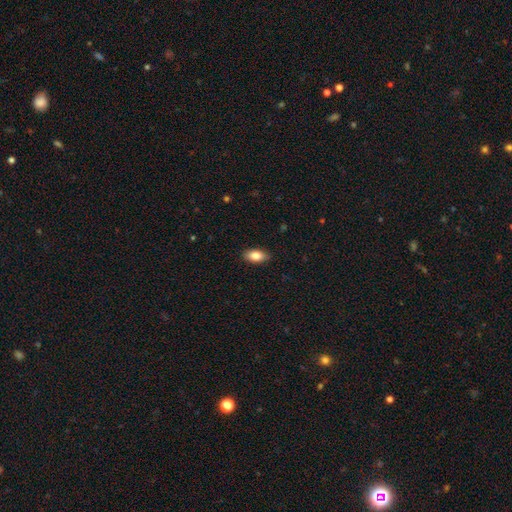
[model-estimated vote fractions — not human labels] Smooth or featured?
  - smooth: 84% *
  - featured or disk: 9%
  - star or artifact: 7%
How rounded?
  - in between: 91% *
  - round: 5%
  - cigar-shaped: 4%
Merging?
  - none: 88% *
  - minor disturbance: 9%
  - major disturbance: 2%
  - merger: 1%